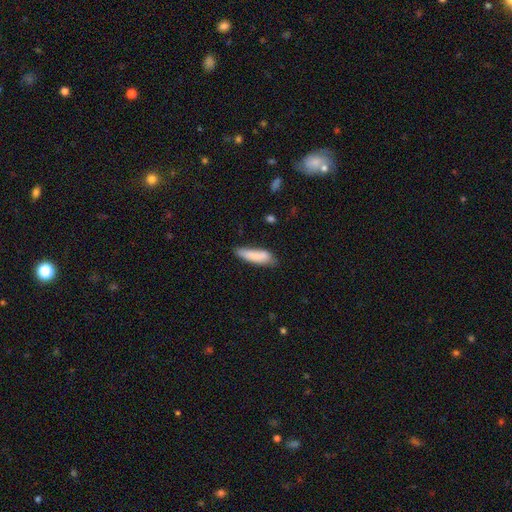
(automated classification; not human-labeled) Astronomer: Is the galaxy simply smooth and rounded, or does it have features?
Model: smooth — 83%.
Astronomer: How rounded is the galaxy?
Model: cigar-shaped — 64%.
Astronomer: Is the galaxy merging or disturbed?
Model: none — 57%.